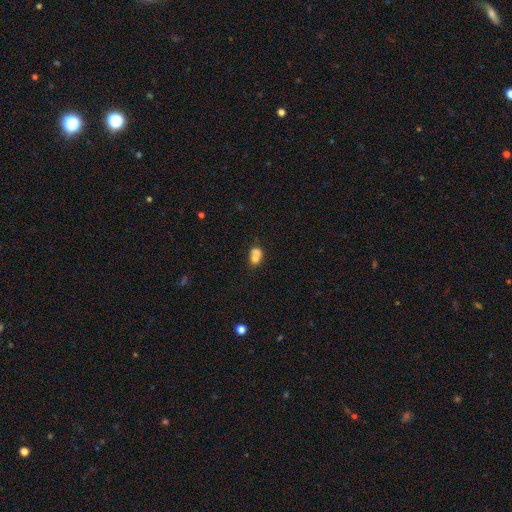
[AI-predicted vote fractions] Smooth or featured?
  - smooth: 68% *
  - featured or disk: 20%
  - star or artifact: 11%
How rounded?
  - round: 53% *
  - in between: 46%
  - cigar-shaped: 1%
Merging?
  - merger: 65% *
  - none: 24%
  - minor disturbance: 7%
  - major disturbance: 4%